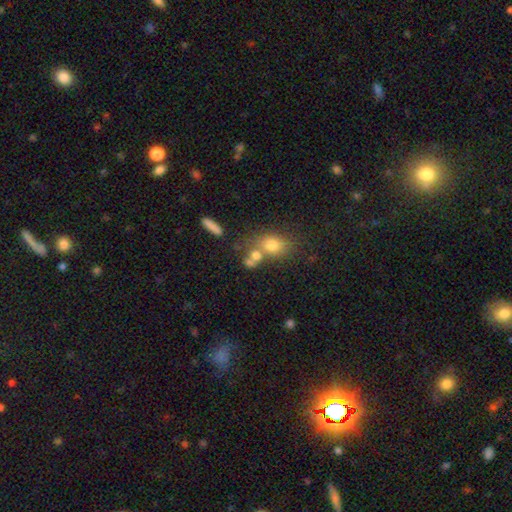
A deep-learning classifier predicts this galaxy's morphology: Smooth or featured? smooth (70%)
How rounded? round (53%)
Merging? merger (48%)